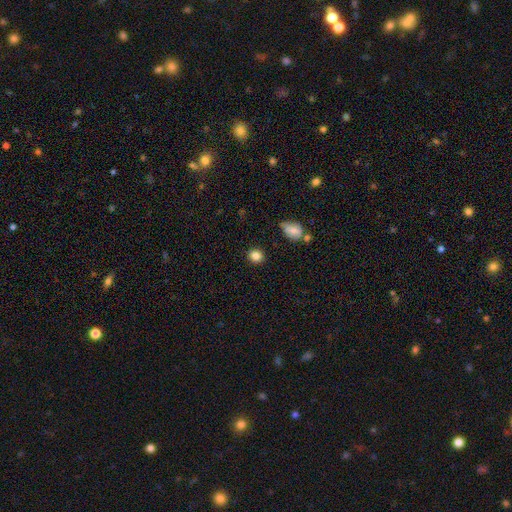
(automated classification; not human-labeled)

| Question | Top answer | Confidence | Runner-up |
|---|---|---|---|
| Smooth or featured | smooth | 84% | star or artifact (10%) |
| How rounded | round | 79% | in between (19%) |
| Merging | none | 87% | minor disturbance (9%) |